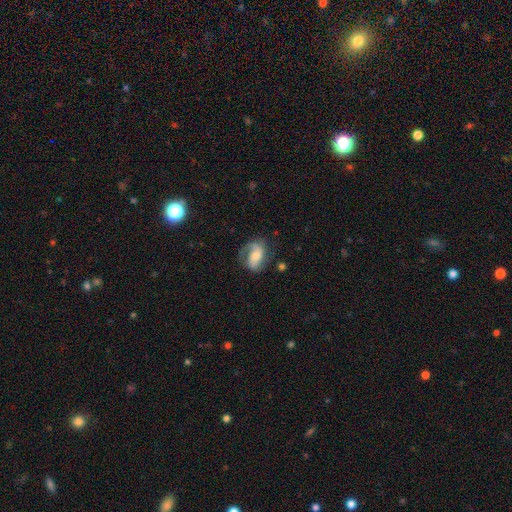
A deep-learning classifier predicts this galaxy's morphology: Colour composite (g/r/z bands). It shows a featured or disk galaxy (72%) with no bar (42%), 2 (67%) medium (45%) spiral arms (93%) and a moderate central bulge (39%). Merging: none (60%).